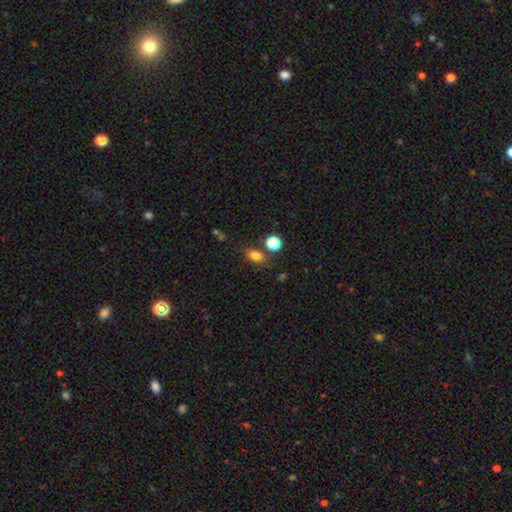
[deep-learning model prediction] Q: Smooth or featured?
A: smooth (79%); runner-up: star or artifact (14%)
Q: How rounded?
A: in between (73%); runner-up: round (25%)
Q: Merging?
A: none (73%); runner-up: minor disturbance (13%)